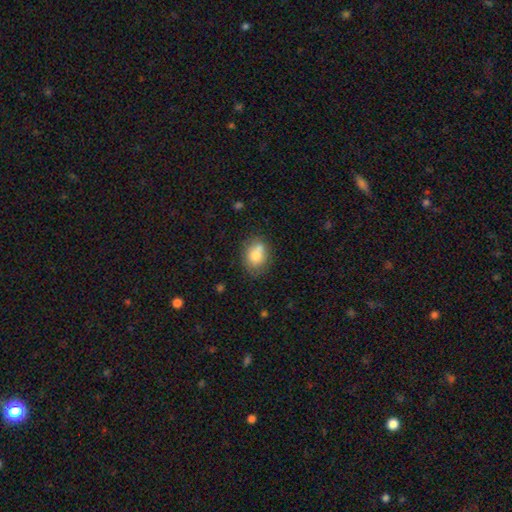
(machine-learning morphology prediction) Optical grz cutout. It shows a smooth galaxy with no disk features (75%) that is in between round and cigar-shaped (53%). Merging: none (59%).